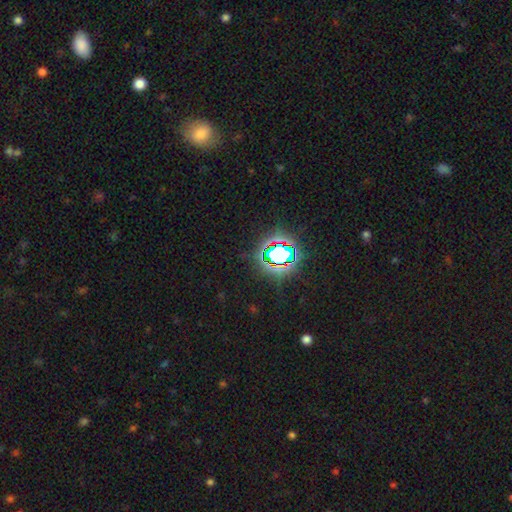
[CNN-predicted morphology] Smooth or featured?
  - star or artifact: 78% *
  - smooth: 14%
  - featured or disk: 8%